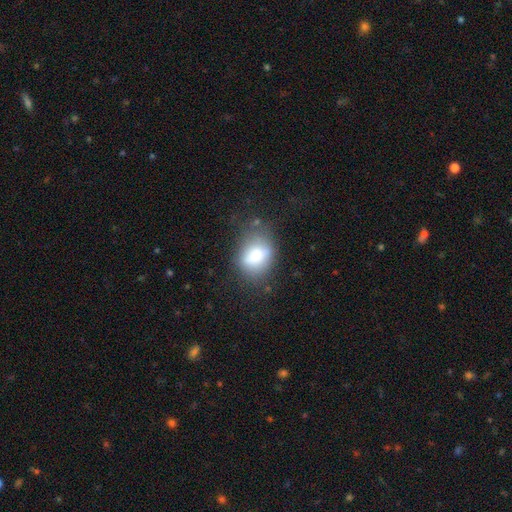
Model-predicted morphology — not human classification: Smooth or featured? Predicted: smooth (p=0.74). How rounded? Predicted: in between (p=0.66). Merging? Predicted: none (p=0.51).